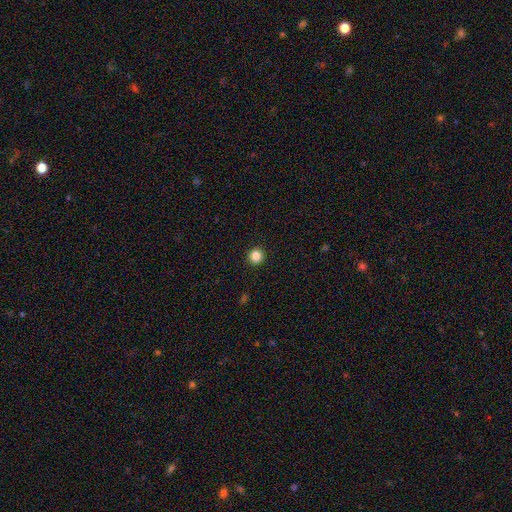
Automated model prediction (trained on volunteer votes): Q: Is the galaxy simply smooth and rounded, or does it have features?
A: smooth — 85%.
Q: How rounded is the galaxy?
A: round — 94%.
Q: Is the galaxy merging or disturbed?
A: none — 93%.